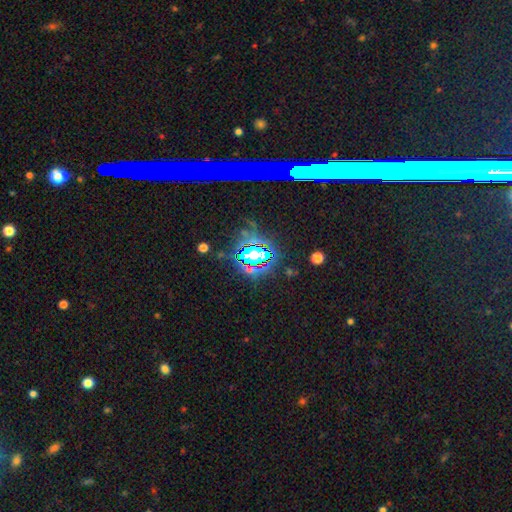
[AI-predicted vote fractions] Smooth or featured? star or artifact (77%)